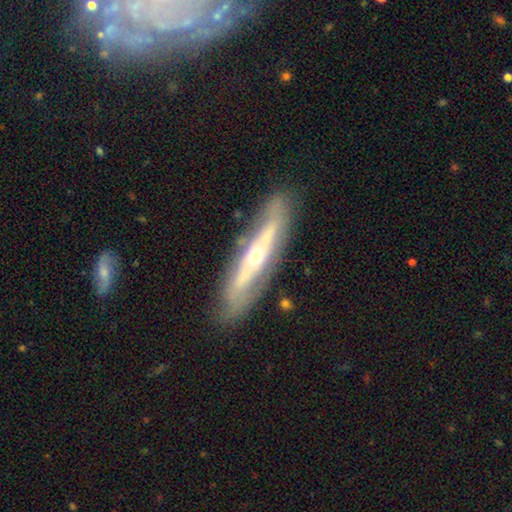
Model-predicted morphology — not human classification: Smooth or featured? Predicted: featured or disk (p=0.73). Edge-on disk? Predicted: no (p=0.50, tied with yes). Merging? Predicted: none (p=0.79).